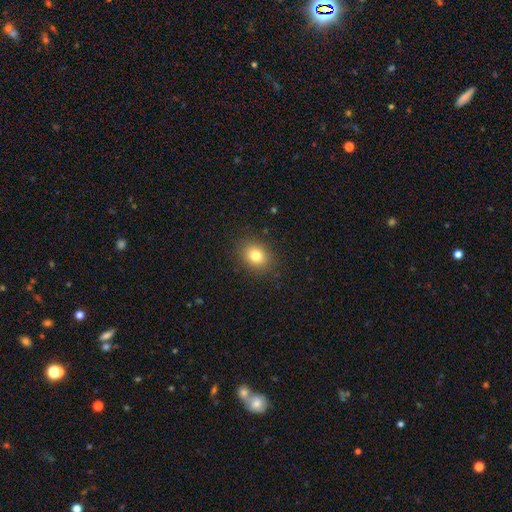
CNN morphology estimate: The model was most divided on "how rounded": round: 53%, in between: 46%, cigar-shaped: 1%. More confident: merging — none (88%); smooth or featured — smooth (80%).